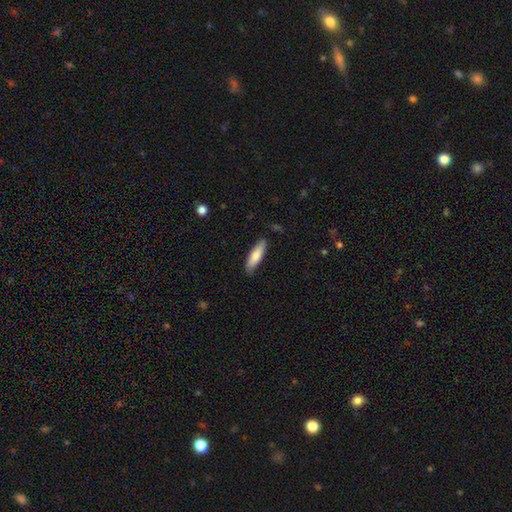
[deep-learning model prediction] Smooth or featured?
  - smooth: 80% *
  - featured or disk: 15%
  - star or artifact: 5%
How rounded?
  - cigar-shaped: 60% *
  - in between: 38%
  - round: 1%
Merging?
  - none: 86% *
  - minor disturbance: 11%
  - major disturbance: 2%
  - merger: 1%